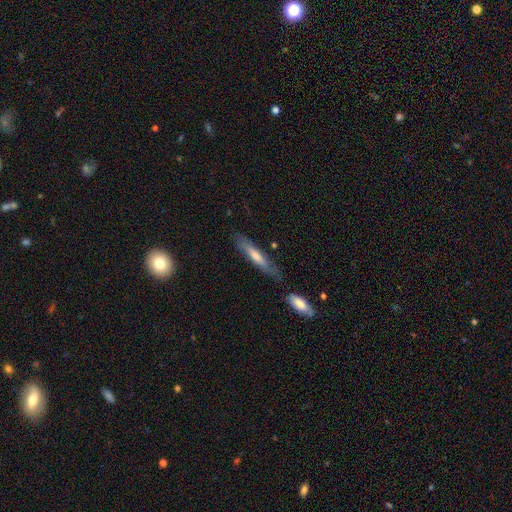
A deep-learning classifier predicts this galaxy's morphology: This appears to be a smooth galaxy with no disk features (54%) that is cigar-shaped (87%). Merging: none (77%).